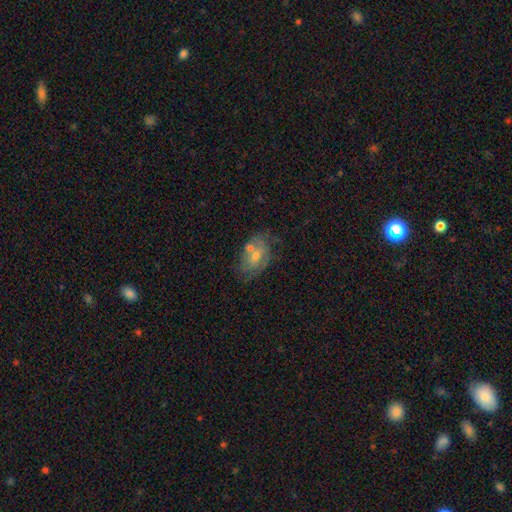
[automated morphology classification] Overall: featured or disk (52%; smooth 33%). Edge-on disk: no (93%). Merging: none (57%; minor disturbance 21%).